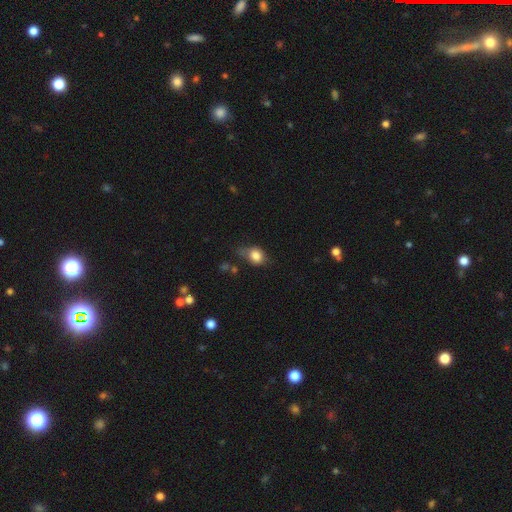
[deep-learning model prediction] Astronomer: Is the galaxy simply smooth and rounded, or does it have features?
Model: smooth — 79%.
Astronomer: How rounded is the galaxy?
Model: in between — 55% (runner-up: round, 44%).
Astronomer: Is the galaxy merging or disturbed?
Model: none — 46% (runner-up: minor disturbance, 35%).